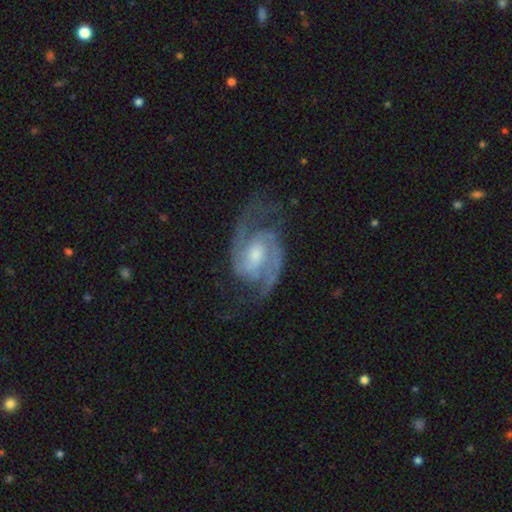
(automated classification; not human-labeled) featured or disk 92%, star or artifact 4%, smooth 4%. Down the decision tree: edge-on disk — no (98%); bar — weak (45%); spiral arms — yes (98%); spiral arm count — 2 (92%); spiral winding — medium (59%); bulge size — moderate (49%); merging — none (74%).